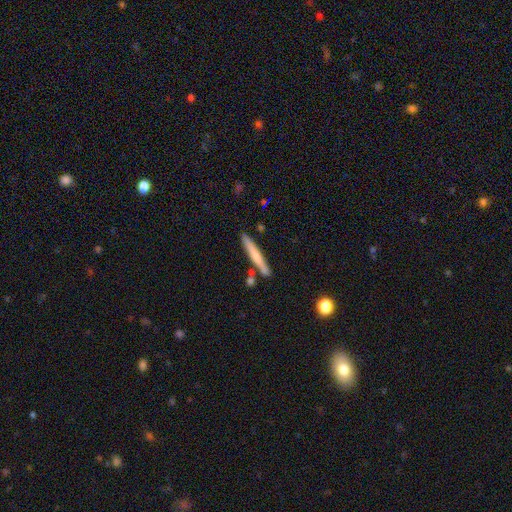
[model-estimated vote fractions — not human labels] Overall: smooth (61%; featured or disk 33%). How rounded: cigar-shaped (95%). Merging: none (80%).